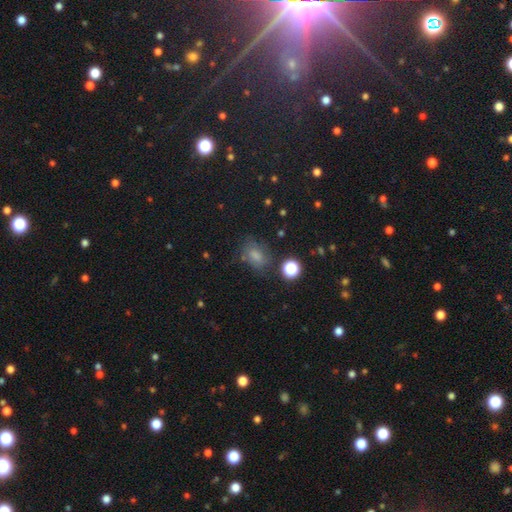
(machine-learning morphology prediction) Smooth or featured? Predicted: smooth (p=0.66). How rounded? Predicted: in between (p=0.70). Merging? Predicted: none (p=0.61).